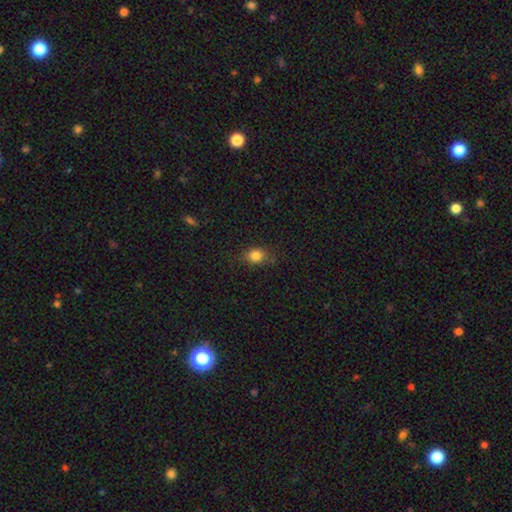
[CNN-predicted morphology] Smooth or featured?
  - smooth: 83% *
  - star or artifact: 11%
  - featured or disk: 6%
How rounded?
  - in between: 57% *
  - round: 41%
  - cigar-shaped: 2%
Merging?
  - none: 77% *
  - minor disturbance: 17%
  - major disturbance: 4%
  - merger: 2%